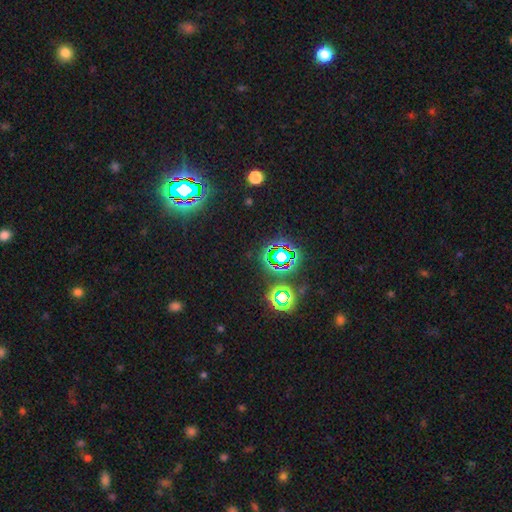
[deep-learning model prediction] A star or artifact, not a galaxy (78%).